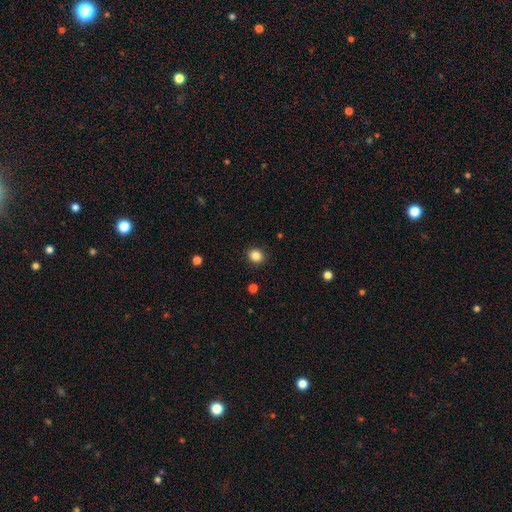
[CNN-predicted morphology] Smooth or featured?
  - smooth: 85% *
  - star or artifact: 11%
  - featured or disk: 4%
How rounded?
  - round: 78% *
  - in between: 21%
  - cigar-shaped: 1%
Merging?
  - none: 91% *
  - minor disturbance: 6%
  - major disturbance: 2%
  - merger: 1%